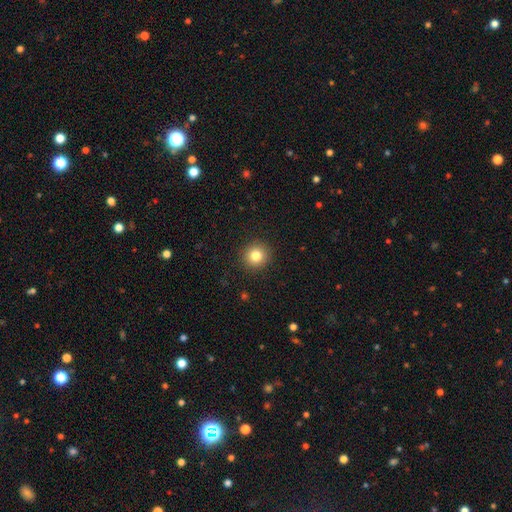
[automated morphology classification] Overall: smooth (81%). How rounded: round (94%). Merging: none (92%).